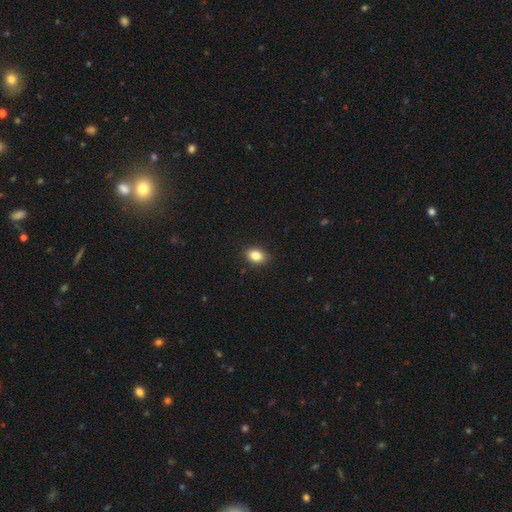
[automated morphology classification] This is clearly a smooth galaxy (84%). How rounded: likely in between (70%). Merging: clearly none (89%).